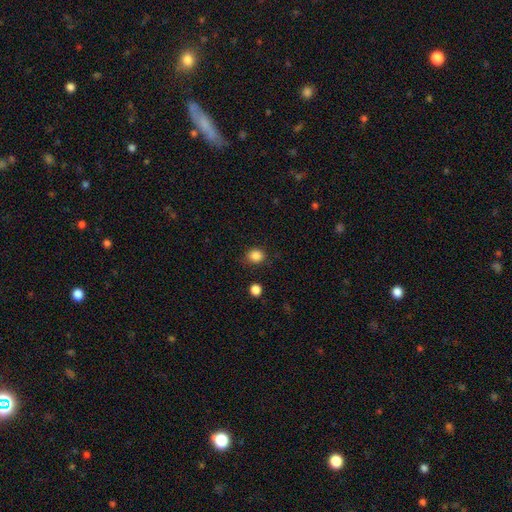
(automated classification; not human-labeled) Smooth or featured? Predicted: smooth (p=0.85). How rounded? Predicted: round (p=0.72). Merging? Predicted: none (p=0.83).